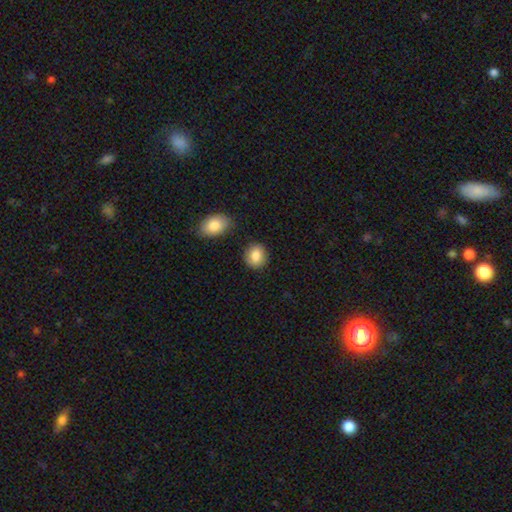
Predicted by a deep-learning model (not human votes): Morphology: type=smooth (86%); roundness=round (70%); merging=none (85%).